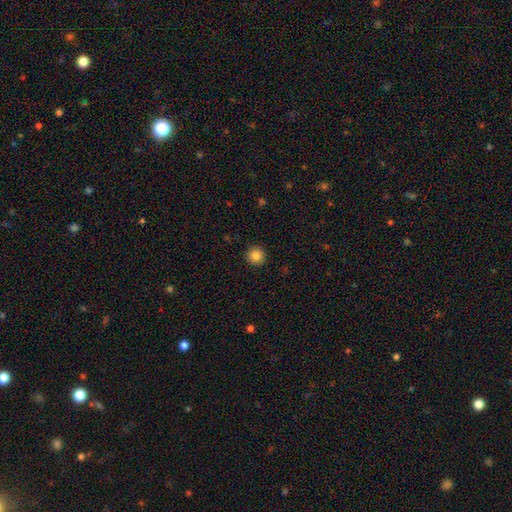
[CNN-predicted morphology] smooth_or_featured: smooth (p=0.85) [alt: star or artifact p=0.10]
how_rounded: round (p=0.95) [alt: in between p=0.04]
merging: none (p=0.93) [alt: minor disturbance p=0.05]